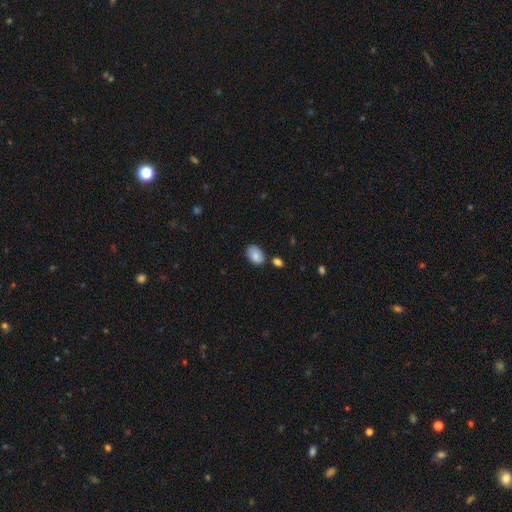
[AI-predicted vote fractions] smooth_or_featured: smooth (p=0.85) [alt: featured or disk p=0.08]
how_rounded: in between (p=0.88) [alt: round p=0.11]
merging: none (p=0.71) [alt: minor disturbance p=0.18]